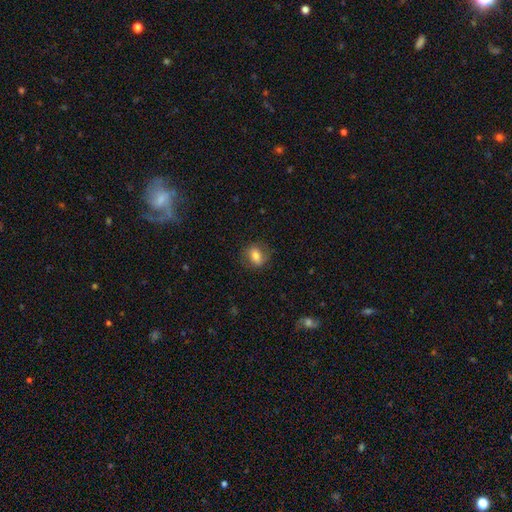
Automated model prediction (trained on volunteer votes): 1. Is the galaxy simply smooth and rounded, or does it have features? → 74% smooth, 17% featured or disk, 9% star or artifact.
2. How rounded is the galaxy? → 62% in between, 35% round, 3% cigar-shaped.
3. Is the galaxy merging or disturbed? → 77% none, 16% minor disturbance, 6% major disturbance, 1% merger.